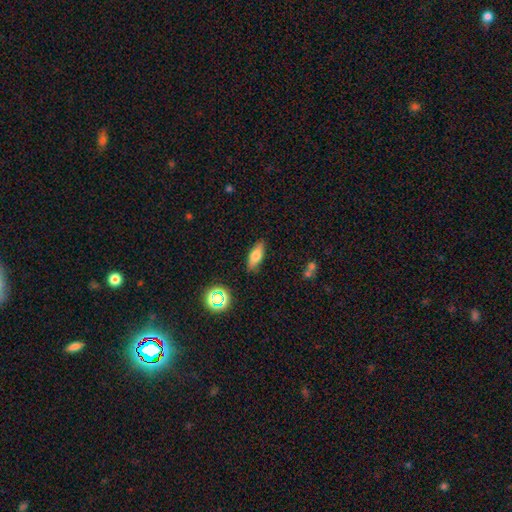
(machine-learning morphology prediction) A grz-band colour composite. It shows a smooth galaxy with no disk features (69%) that is in between round and cigar-shaped (67%). Merging: none (85%).